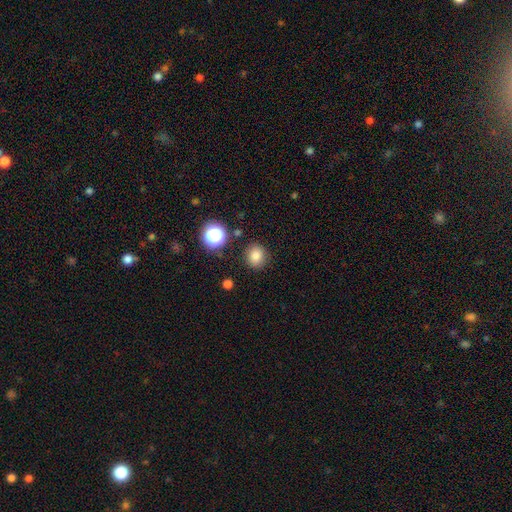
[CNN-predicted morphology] Smooth or featured? smooth (81%)
How rounded? round (83%)
Merging? none (87%)